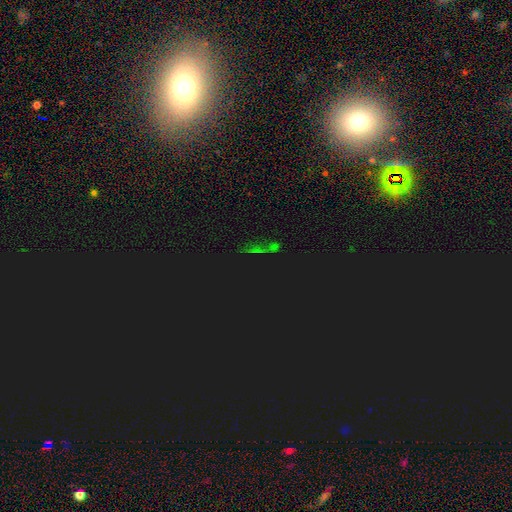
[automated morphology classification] Q: Smooth or featured?
A: star or artifact (78%); runner-up: smooth (14%)